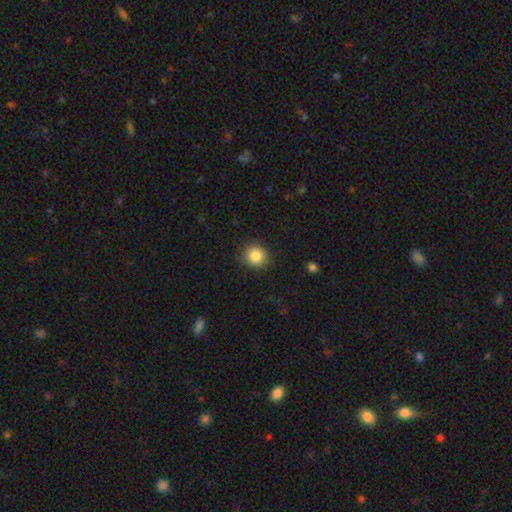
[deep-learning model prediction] Morphology: type=smooth (85%); roundness=round (88%); merging=none (88%).